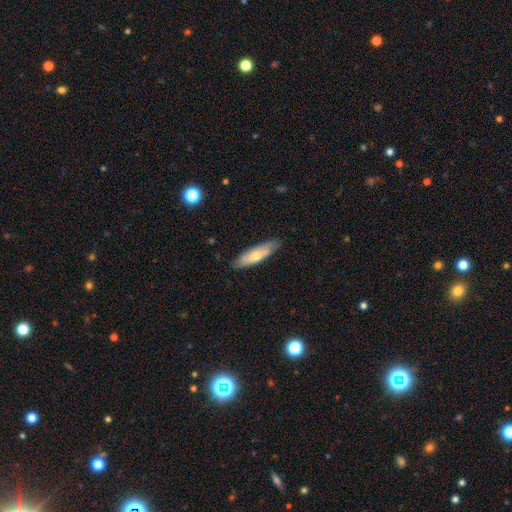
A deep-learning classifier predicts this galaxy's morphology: This appears to be a smooth galaxy with no disk features (60%) that is cigar-shaped (55%). Merging: none (81%).